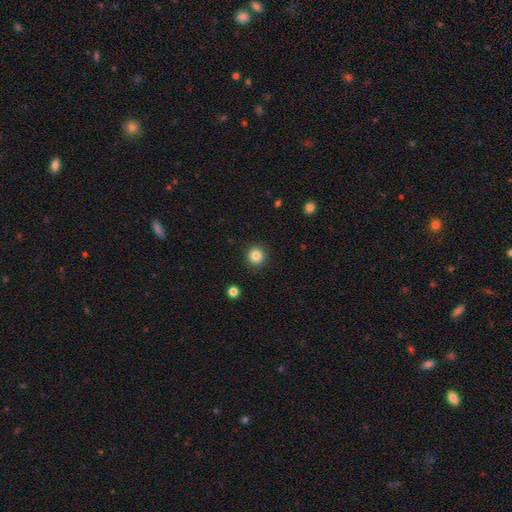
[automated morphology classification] type=smooth (84%); roundness=round (94%); merging=none (92%).